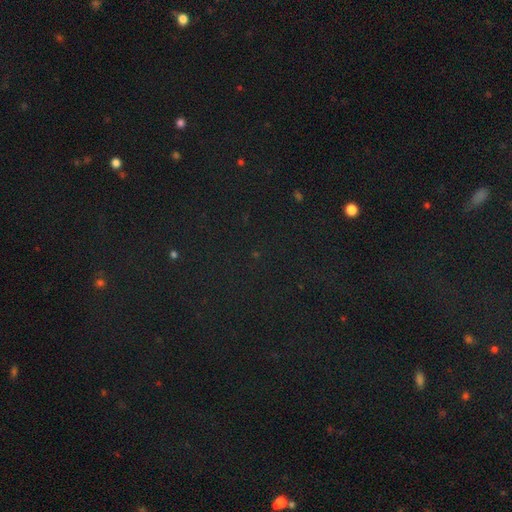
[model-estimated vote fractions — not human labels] A star or artifact, not a galaxy (79%).